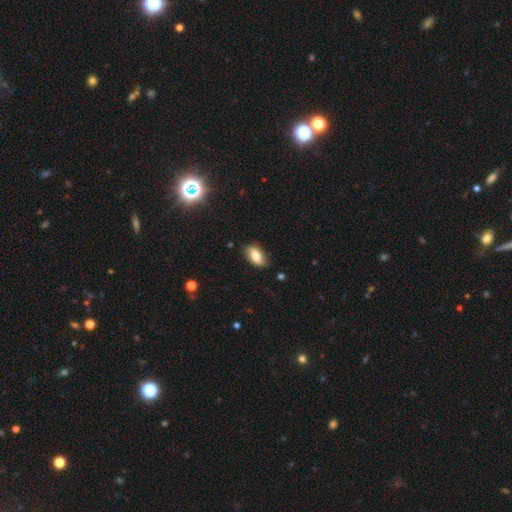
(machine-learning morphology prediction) This appears to be a smooth galaxy with no disk features (74%) that is in between round and cigar-shaped (91%). Merging: none (78%).